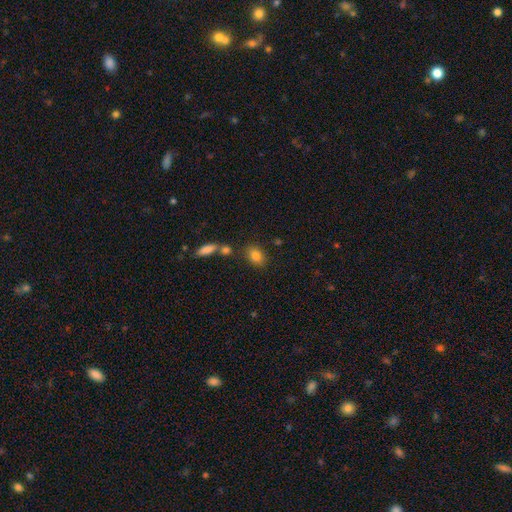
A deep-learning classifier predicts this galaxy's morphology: smooth-or-featured: smooth: 82% | star or artifact: 10% | featured or disk: 8%
  how-rounded: in between: 66% | round: 32% | cigar-shaped: 2%
  merging: none: 75% | minor disturbance: 12% | merger: 10% | major disturbance: 4%